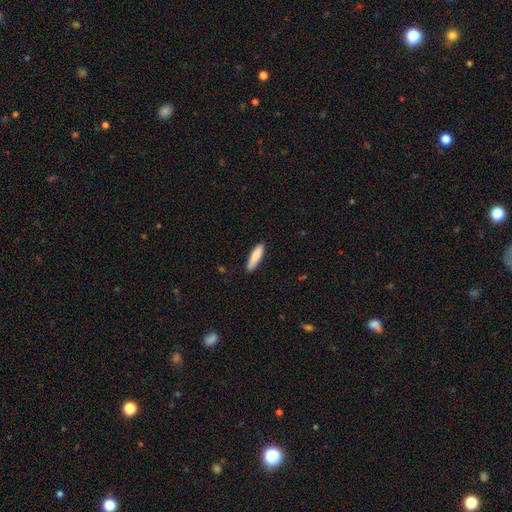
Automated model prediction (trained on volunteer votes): A smooth galaxy with no disk features (85%) that is cigar-shaped (71%). Merging: none (87%).